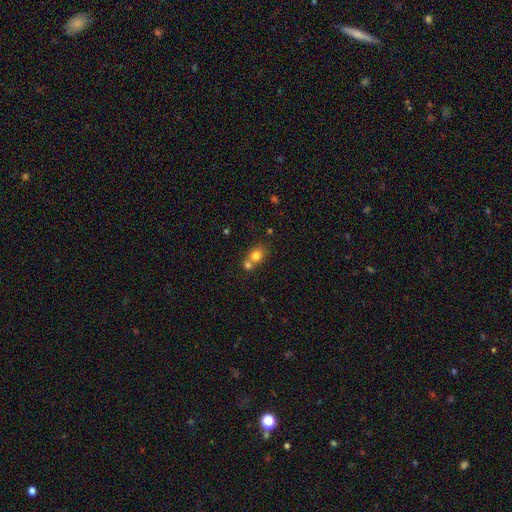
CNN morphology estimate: Overall: smooth (78%). How rounded: round (60%; in between 39%). Merging: merger (50%; none 39%).